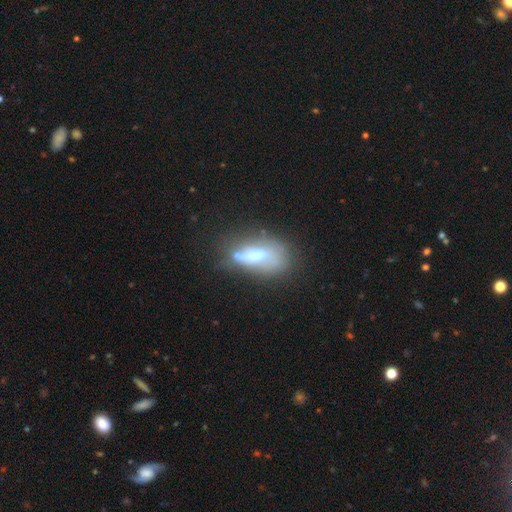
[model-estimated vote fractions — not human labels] Smooth or featured: smooth — 50% (featured or disk — 39%)
How rounded: in between — 68% (cigar-shaped — 27%)
Merging: none — 42% (minor disturbance — 27%)